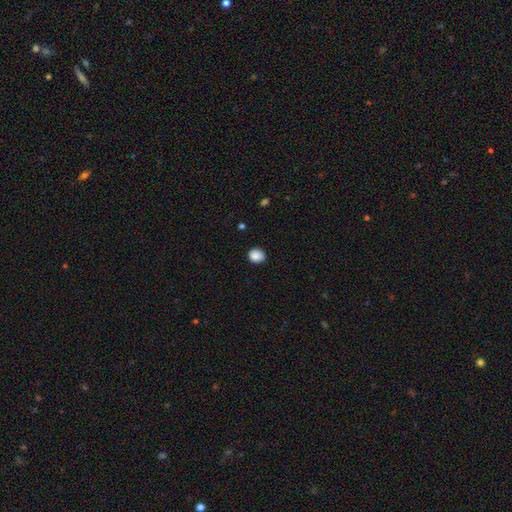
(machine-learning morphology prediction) Smooth or featured?
  - smooth: 88% *
  - star or artifact: 9%
  - featured or disk: 3%
How rounded?
  - round: 70% *
  - in between: 29%
  - cigar-shaped: 1%
Merging?
  - none: 88% *
  - minor disturbance: 9%
  - major disturbance: 2%
  - merger: 1%